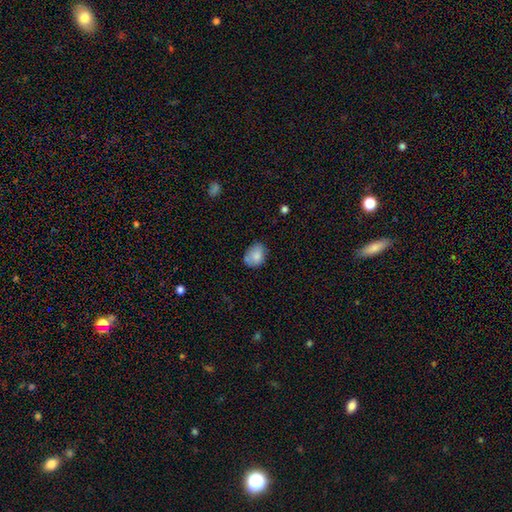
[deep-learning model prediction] Smooth or featured? Predicted: smooth (p=0.82). How rounded? Predicted: in between (p=0.64). Merging? Predicted: none (p=0.61).